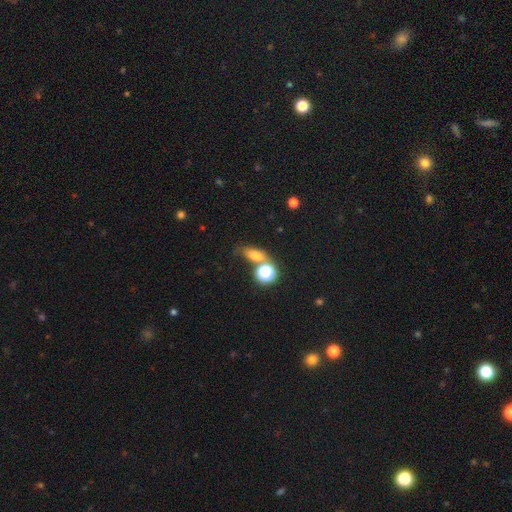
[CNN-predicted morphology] Smooth or featured? Predicted: smooth (p=0.69). How rounded? Predicted: in between (p=0.66). Merging? Predicted: none (p=0.52).